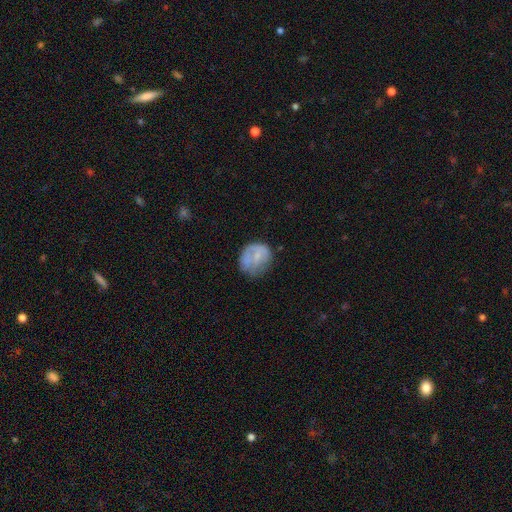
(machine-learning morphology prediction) Overall: smooth (59%; featured or disk 32%). How rounded: round (74%). Merging: none (51%; minor disturbance 29%).